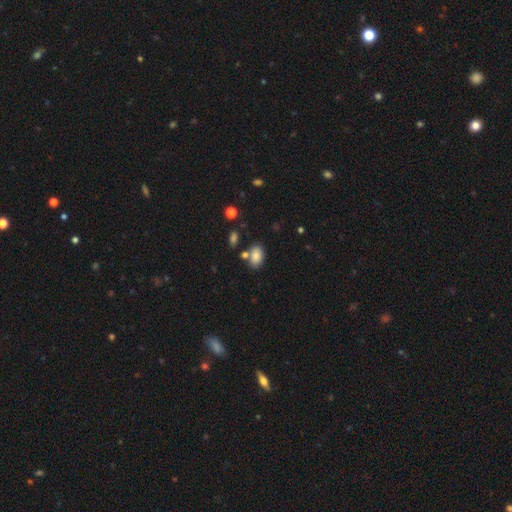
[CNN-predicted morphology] Overall: smooth (84%). How rounded: in between (89%). Merging: none (65%).